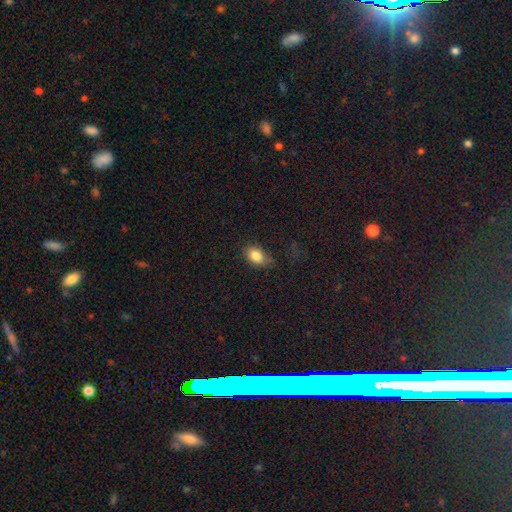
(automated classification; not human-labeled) smooth_or_featured: smooth (p=0.84) [alt: star or artifact p=0.09]
how_rounded: in between (p=0.81) [alt: round p=0.17]
merging: none (p=0.67) [alt: minor disturbance p=0.24]